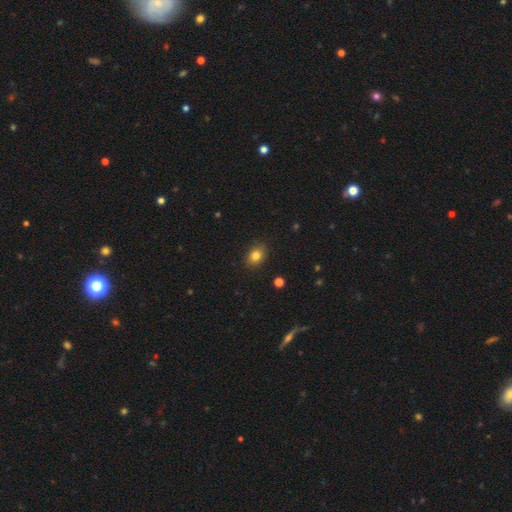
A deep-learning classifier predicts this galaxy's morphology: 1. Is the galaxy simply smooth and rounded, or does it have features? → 83% smooth, 11% star or artifact, 6% featured or disk.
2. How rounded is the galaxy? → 61% in between, 38% round, 1% cigar-shaped.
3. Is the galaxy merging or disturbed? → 88% none, 9% minor disturbance, 2% major disturbance, 1% merger.